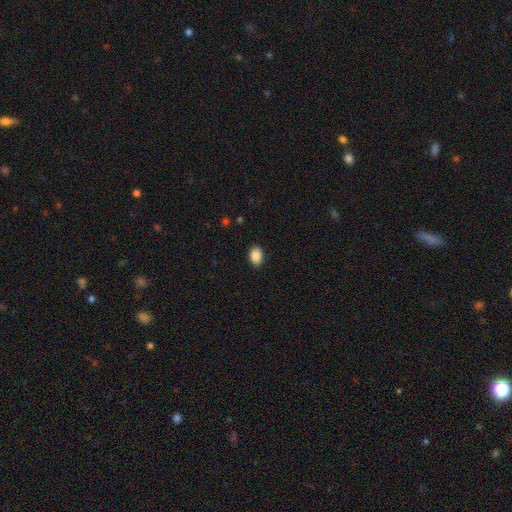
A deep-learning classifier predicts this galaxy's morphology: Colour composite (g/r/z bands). It shows a smooth galaxy with no disk features (89%) that is in between round and cigar-shaped (80%). Merging: none (89%).